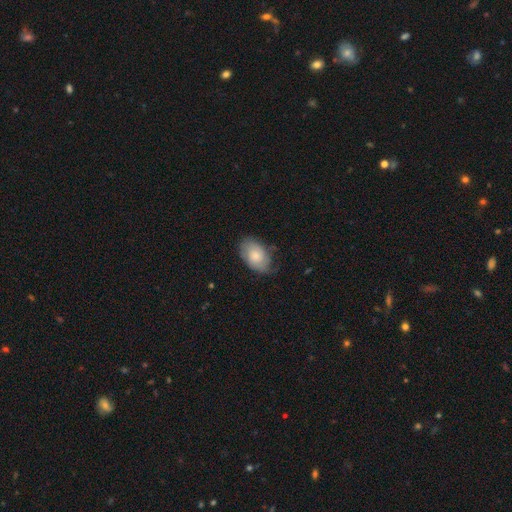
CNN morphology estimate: type=smooth (61%); roundness=in between (88%); merging=none (60%).